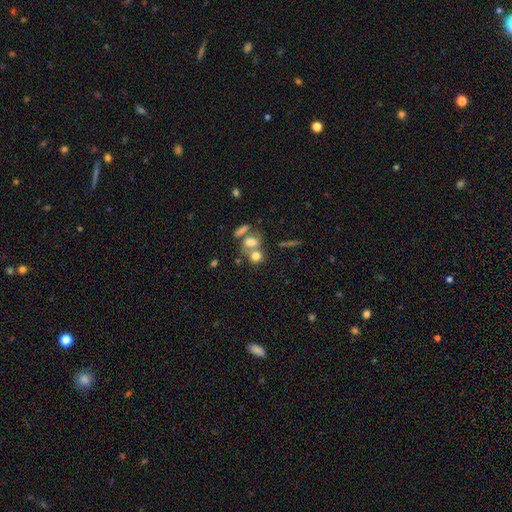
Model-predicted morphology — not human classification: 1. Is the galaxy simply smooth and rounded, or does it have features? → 72% smooth, 16% featured or disk, 12% star or artifact.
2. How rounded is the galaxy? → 59% round, 38% in between, 3% cigar-shaped.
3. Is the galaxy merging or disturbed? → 46% merger, 39% none, 9% minor disturbance, 6% major disturbance.